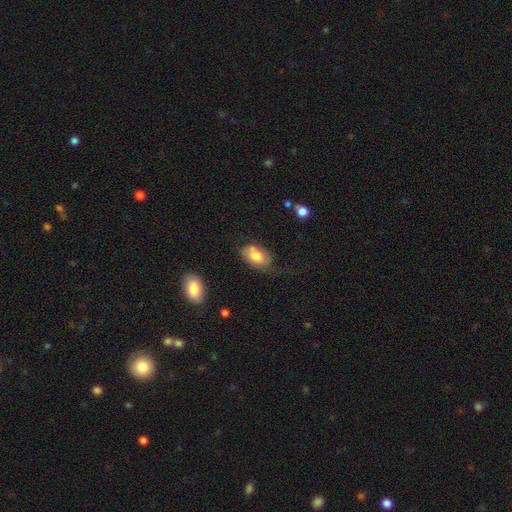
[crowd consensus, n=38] Smooth or featured? smooth (87%)
How rounded? in between (76%)
Merging? none (58%)